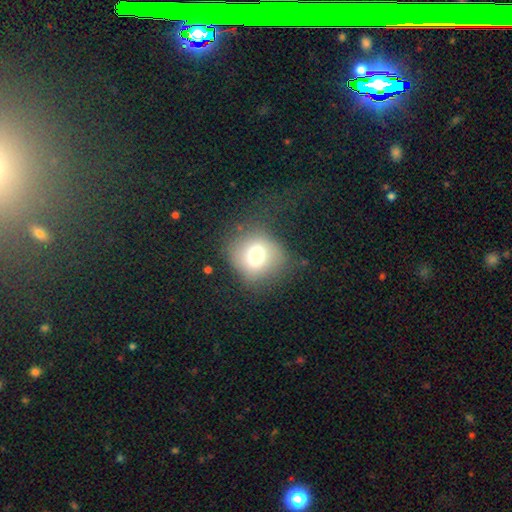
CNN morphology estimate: A smooth galaxy with no disk features (72%) that is round (79%).

Vote fractions:
- Smooth or featured? smooth: 72% / featured or disk: 14% / star or artifact: 13%
- How rounded? round: 79% / in between: 20% / cigar-shaped: 1%
- Merging? none: 68% / minor disturbance: 18% / major disturbance: 12% / merger: 2%